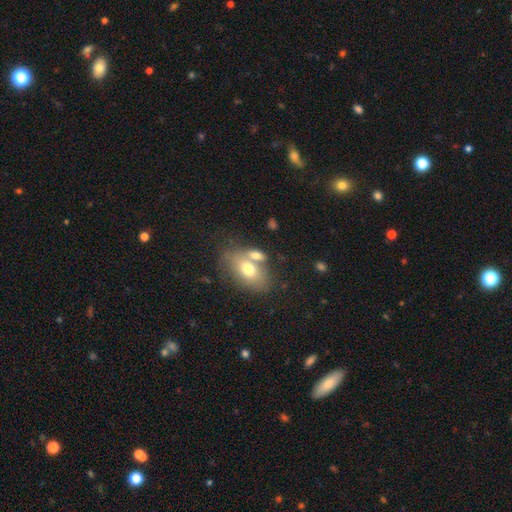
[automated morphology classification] type=smooth (69%); roundness=in between (83%); merging=none (42%).